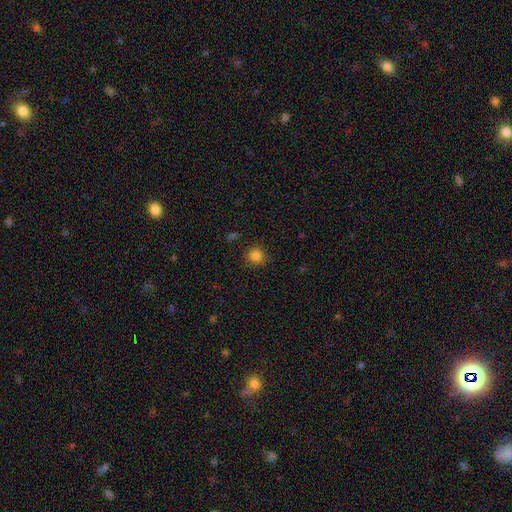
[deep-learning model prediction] Q: Smooth or featured?
A: smooth (83%); runner-up: star or artifact (13%)
Q: How rounded?
A: round (92%); runner-up: in between (7%)
Q: Merging?
A: none (88%); runner-up: minor disturbance (8%)